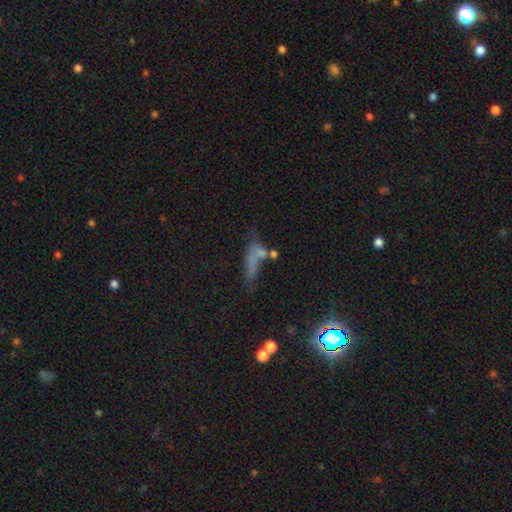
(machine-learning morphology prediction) This appears to be a smooth galaxy with no disk features (54%) that is in between round and cigar-shaped (49%). Merging: none (29%, tied with merger).